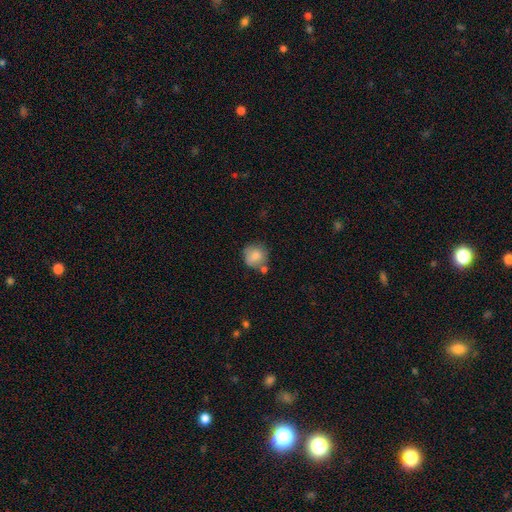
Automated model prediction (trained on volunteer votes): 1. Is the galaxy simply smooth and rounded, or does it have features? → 79% smooth, 13% featured or disk, 8% star or artifact.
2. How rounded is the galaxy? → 88% round, 11% in between, 1% cigar-shaped.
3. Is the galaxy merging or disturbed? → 61% none, 21% minor disturbance, 13% merger, 6% major disturbance.